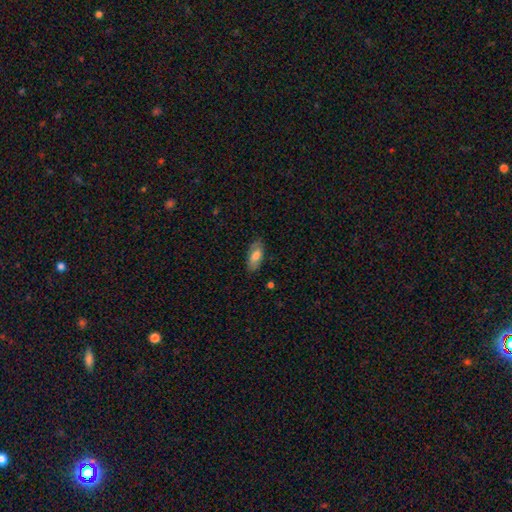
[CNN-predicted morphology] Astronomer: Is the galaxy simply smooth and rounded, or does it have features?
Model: smooth — 73%.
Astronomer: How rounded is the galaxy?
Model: in between — 87%.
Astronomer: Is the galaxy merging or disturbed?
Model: none — 78%.